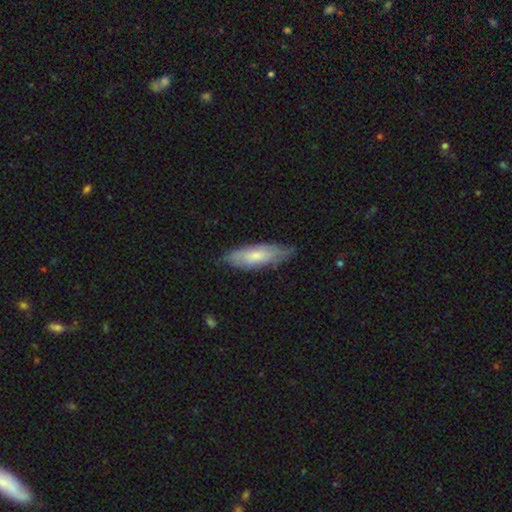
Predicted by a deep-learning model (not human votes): smooth 64%, featured or disk 31%, star or artifact 5%. Down the decision tree: how rounded — in between (55%); merging — none (69%).